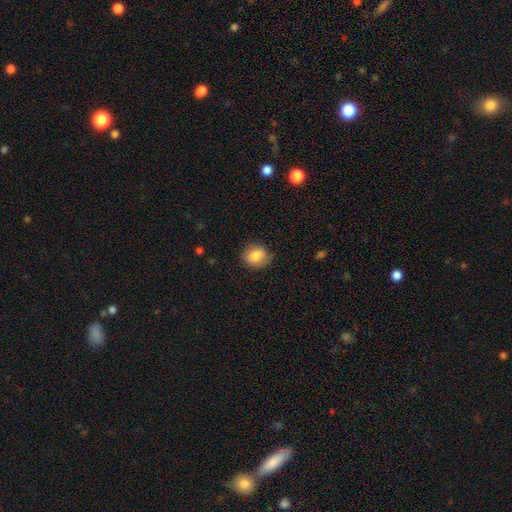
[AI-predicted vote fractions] smooth-or-featured: smooth: 80% | featured or disk: 11% | star or artifact: 8%
  how-rounded: round: 68% | in between: 31% | cigar-shaped: 1%
  merging: none: 79% | minor disturbance: 16% | major disturbance: 4% | merger: 1%